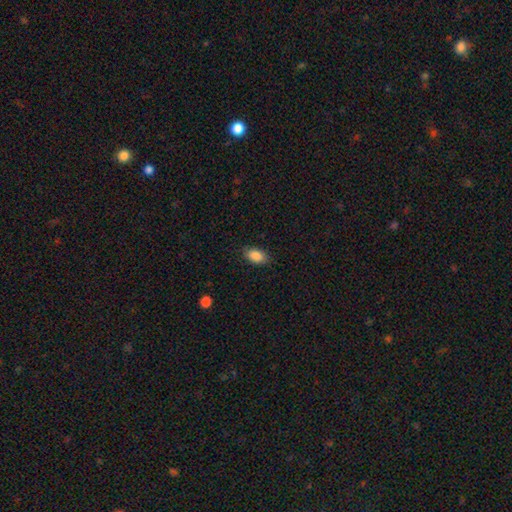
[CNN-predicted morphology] Q: Smooth or featured?
A: smooth (88%); runner-up: star or artifact (8%)
Q: How rounded?
A: in between (91%); runner-up: round (7%)
Q: Merging?
A: none (85%); runner-up: minor disturbance (11%)